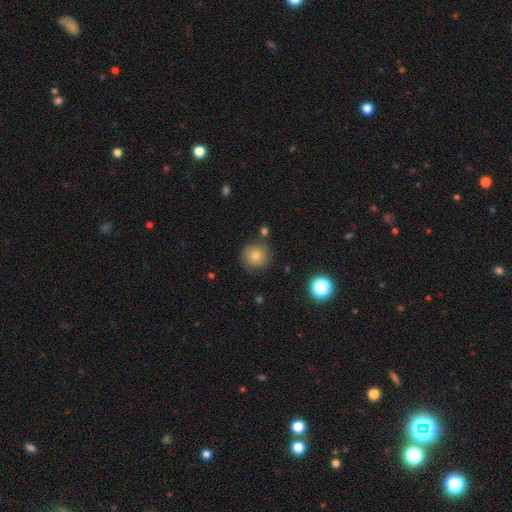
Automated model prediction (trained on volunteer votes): Smooth or featured: smooth — 70% (featured or disk — 18%)
How rounded: round — 92% (in between — 7%)
Merging: none — 78% (minor disturbance — 14%)